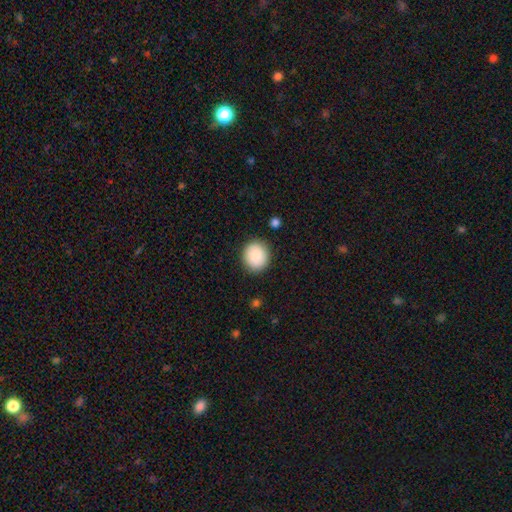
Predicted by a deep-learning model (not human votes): smooth_or_featured: smooth (p=0.88) [alt: star or artifact p=0.07]
how_rounded: round (p=0.80) [alt: in between p=0.20]
merging: none (p=0.89) [alt: minor disturbance p=0.08]